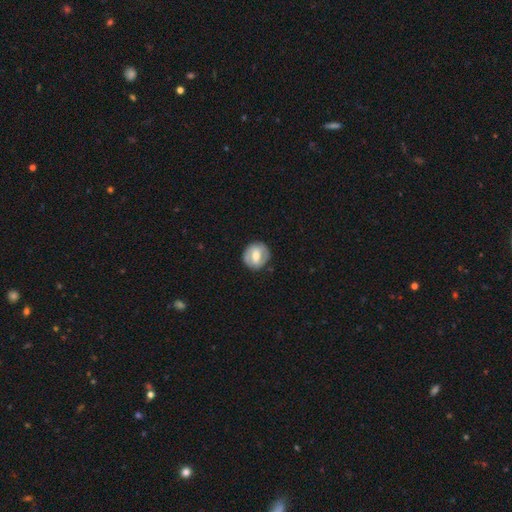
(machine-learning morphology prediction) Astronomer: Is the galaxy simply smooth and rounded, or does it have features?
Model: featured or disk — 52% (runner-up: smooth, 42%).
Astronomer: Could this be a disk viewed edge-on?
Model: no — 96%.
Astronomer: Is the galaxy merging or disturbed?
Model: none — 84%.